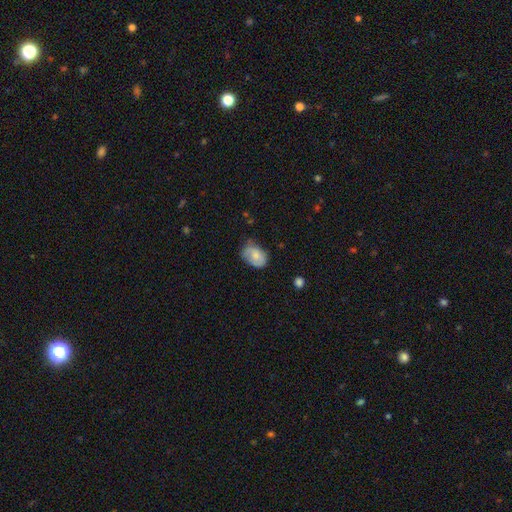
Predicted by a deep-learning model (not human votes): The model was most divided on "merging": none: 55%, minor disturbance: 35%, major disturbance: 9%, merger: 2%. More confident: how rounded — in between (79%); smooth or featured — smooth (66%).